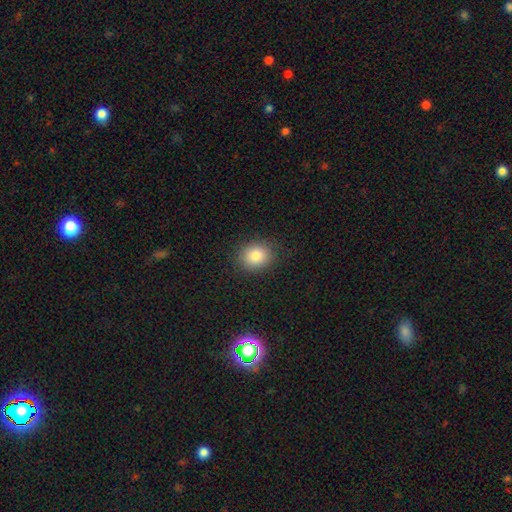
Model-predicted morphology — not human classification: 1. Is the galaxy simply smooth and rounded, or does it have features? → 83% smooth, 10% star or artifact, 7% featured or disk.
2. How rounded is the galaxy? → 62% round, 37% in between, 1% cigar-shaped.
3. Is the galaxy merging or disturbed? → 86% none, 10% minor disturbance, 3% major disturbance, 1% merger.